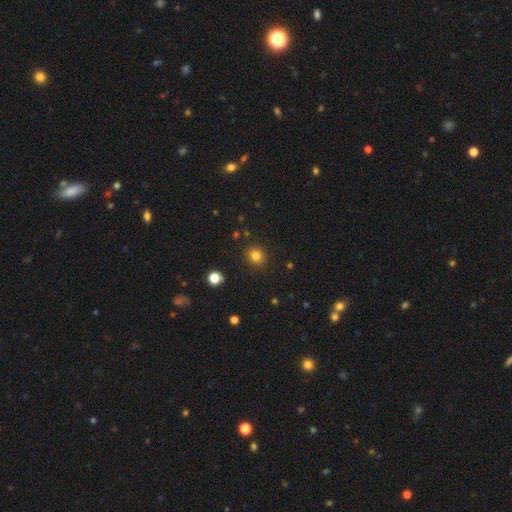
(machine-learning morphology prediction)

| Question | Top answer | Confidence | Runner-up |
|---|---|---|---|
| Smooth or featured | smooth | 82% | star or artifact (13%) |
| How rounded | round | 86% | in between (13%) |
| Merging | none | 89% | minor disturbance (7%) |